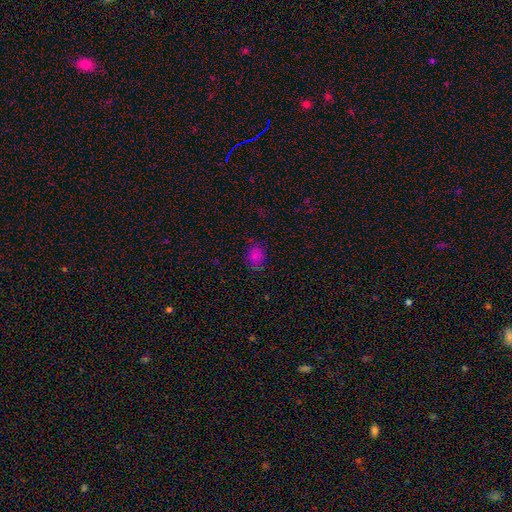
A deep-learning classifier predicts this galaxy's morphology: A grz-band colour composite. It shows a smooth galaxy with no disk features (80%) that is in between round and cigar-shaped (50%). Merging: none (77%).